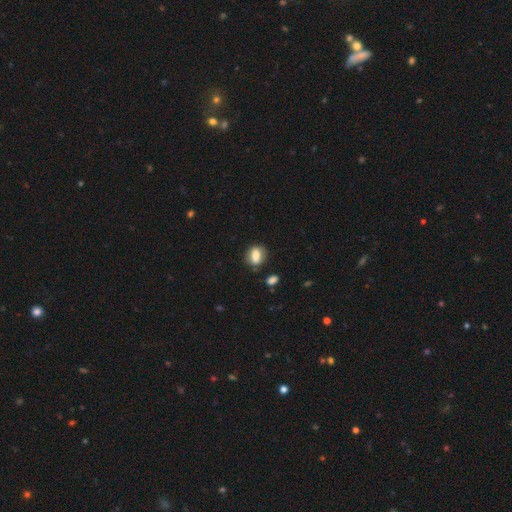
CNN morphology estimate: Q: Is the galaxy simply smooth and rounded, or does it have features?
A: smooth — 80%.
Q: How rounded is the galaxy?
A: in between — 71%.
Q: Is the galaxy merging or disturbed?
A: none — 71%.